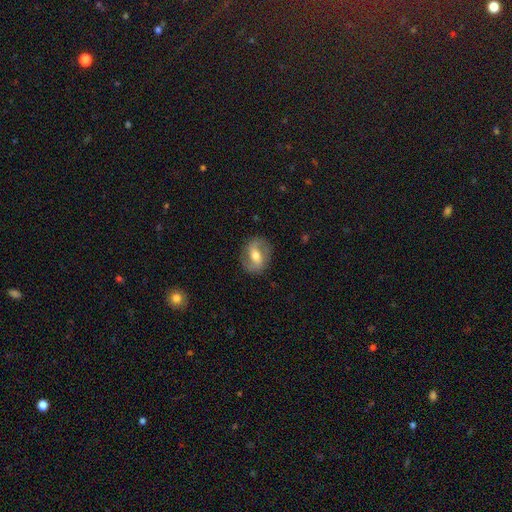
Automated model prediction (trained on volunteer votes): A featured or disk galaxy (61%) with a weak bar (40%), spiral arms (73%) and a moderate central bulge (70%). Merging: none (82%).